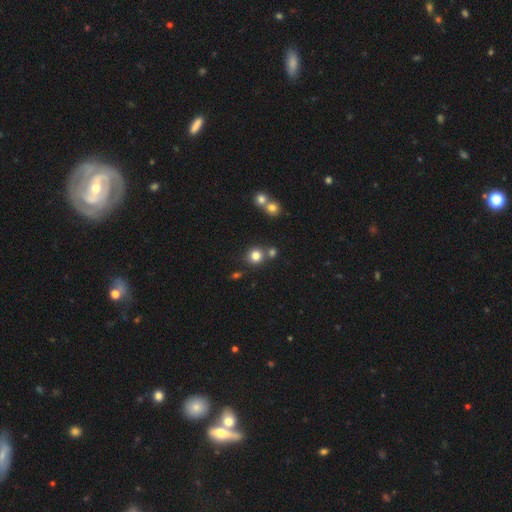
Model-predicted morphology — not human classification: smooth-or-featured: smooth: 80% | star or artifact: 14% | featured or disk: 6%
  how-rounded: round: 90% | in between: 10% | cigar-shaped: 1%
  merging: none: 73% | merger: 15% | minor disturbance: 8% | major disturbance: 3%